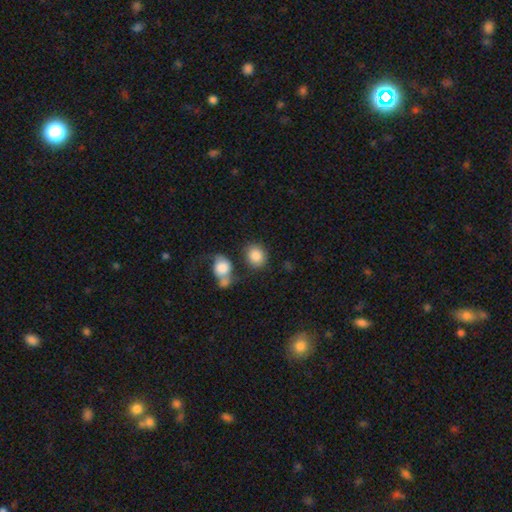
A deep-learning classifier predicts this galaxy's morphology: This is clearly a smooth galaxy (86%). How rounded: likely round (68%). Merging: likely none (67%).